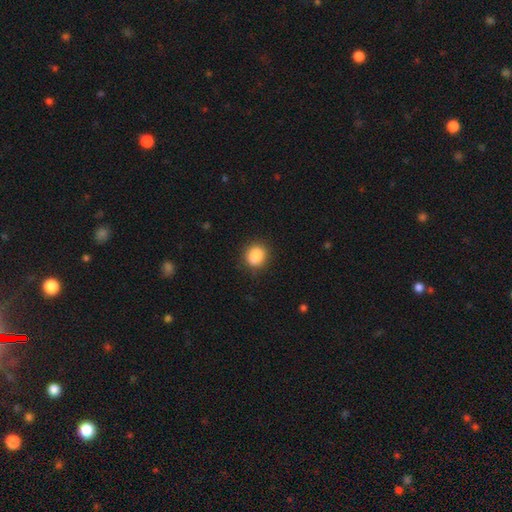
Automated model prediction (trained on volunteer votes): This appears to be a smooth galaxy with no disk features (87%) that is round (63%). Merging: none (82%).